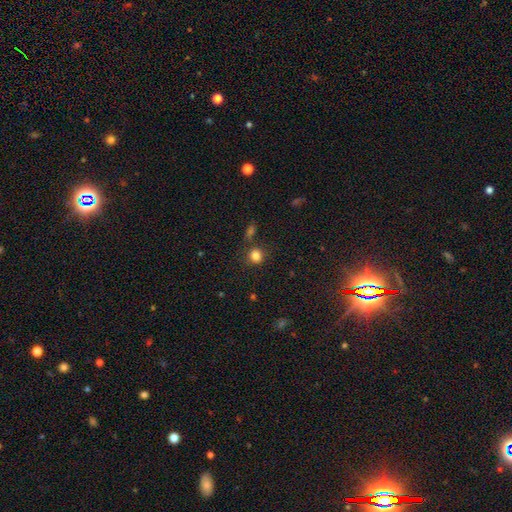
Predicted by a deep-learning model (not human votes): Smooth or featured? Predicted: smooth (p=0.83). How rounded? Predicted: round (p=0.87). Merging? Predicted: none (p=0.78).